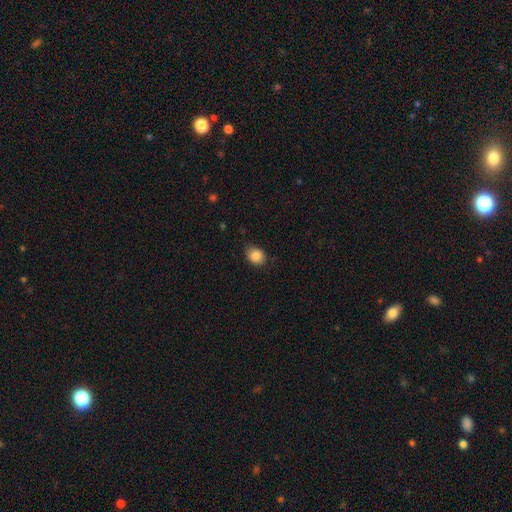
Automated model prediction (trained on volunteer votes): Smooth or featured? Predicted: smooth (p=0.86). How rounded? Predicted: in between (p=0.54). Merging? Predicted: none (p=0.78).